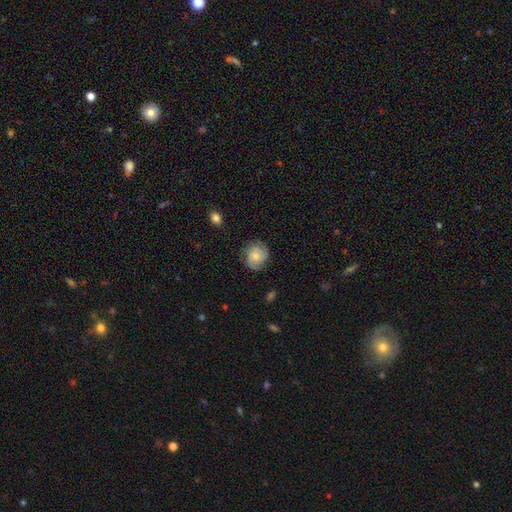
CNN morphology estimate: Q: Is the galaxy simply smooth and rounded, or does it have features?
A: smooth — 53%.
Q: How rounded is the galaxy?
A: round — 78%.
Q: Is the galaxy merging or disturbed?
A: none — 77%.